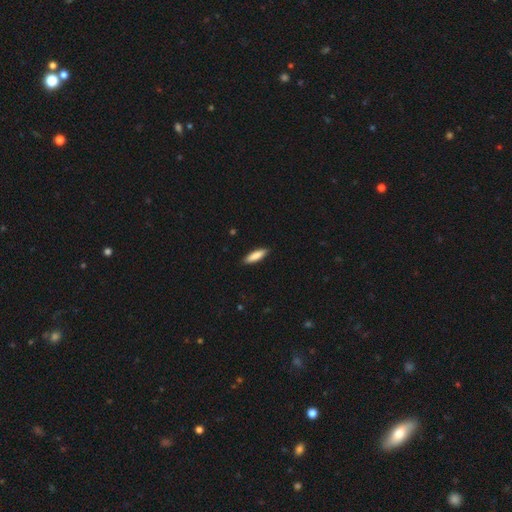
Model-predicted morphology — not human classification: Q: Smooth or featured?
A: smooth (84%); runner-up: featured or disk (11%)
Q: How rounded?
A: cigar-shaped (60%); runner-up: in between (38%)
Q: Merging?
A: none (89%); runner-up: minor disturbance (9%)